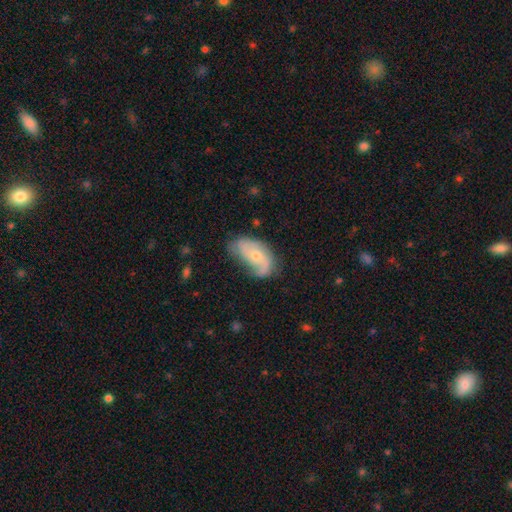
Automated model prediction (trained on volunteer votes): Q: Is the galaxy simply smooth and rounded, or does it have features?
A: featured or disk — 66%.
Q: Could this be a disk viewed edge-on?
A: no — 95%.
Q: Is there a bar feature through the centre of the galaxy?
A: no — 68%.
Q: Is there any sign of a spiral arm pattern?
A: yes — 87%.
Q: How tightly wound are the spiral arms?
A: loose — 52%.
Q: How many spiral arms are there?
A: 2 — 69%.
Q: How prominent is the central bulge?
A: small — 57%.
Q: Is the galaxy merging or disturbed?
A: none — 49%.